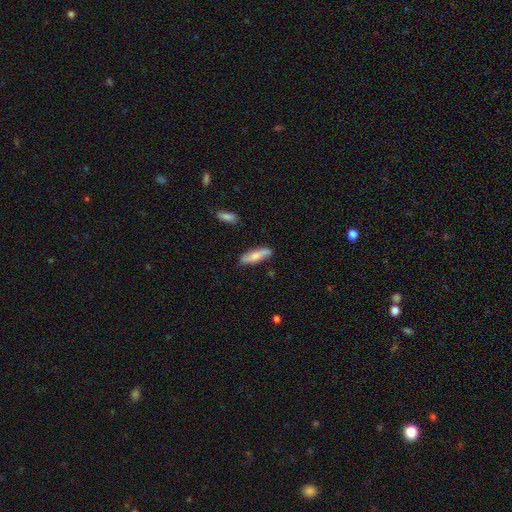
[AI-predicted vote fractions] Smooth or featured? smooth (70%)
How rounded? cigar-shaped (56%)
Merging? none (82%)